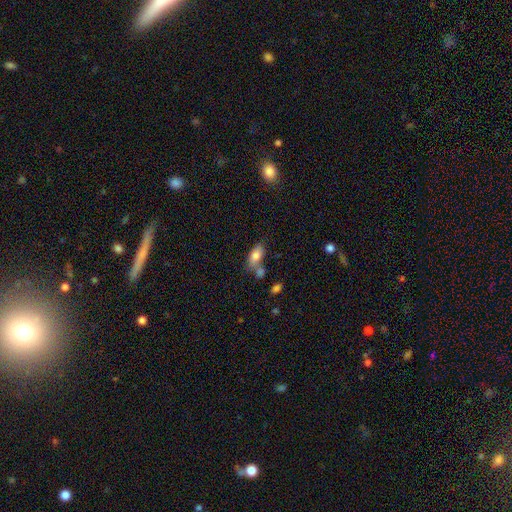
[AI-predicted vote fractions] Q: Smooth or featured?
A: smooth (78%); runner-up: featured or disk (14%)
Q: How rounded?
A: in between (87%); runner-up: cigar-shaped (9%)
Q: Merging?
A: none (51%); runner-up: merger (25%)